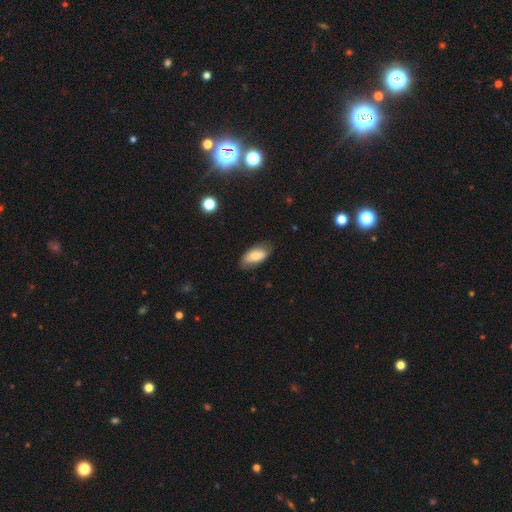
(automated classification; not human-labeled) This appears to be a smooth galaxy with no disk features (75%) that is in between round and cigar-shaped (92%). Merging: none (74%).